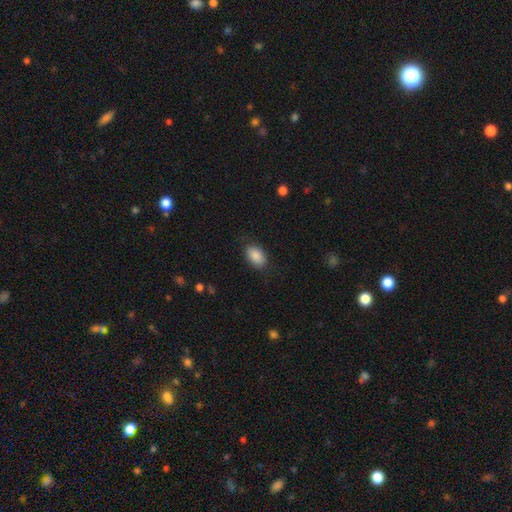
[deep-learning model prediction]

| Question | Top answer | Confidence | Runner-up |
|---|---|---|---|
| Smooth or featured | smooth | 89% | star or artifact (7%) |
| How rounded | in between | 92% | round (7%) |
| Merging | none | 84% | minor disturbance (12%) |